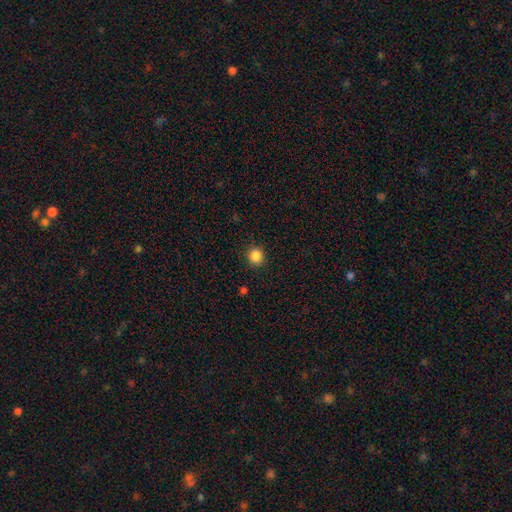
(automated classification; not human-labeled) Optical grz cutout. It shows a smooth galaxy with no disk features (86%) that is round (88%). Merging: none (91%).